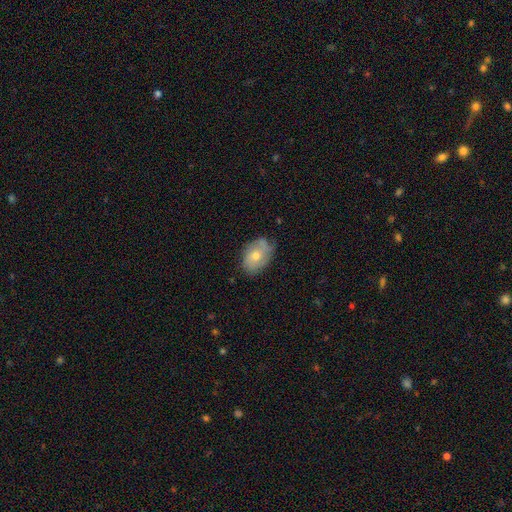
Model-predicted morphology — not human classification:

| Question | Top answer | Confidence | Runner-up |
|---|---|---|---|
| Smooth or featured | smooth | 49% | featured or disk (43%) |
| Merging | none | 71% | minor disturbance (23%) |